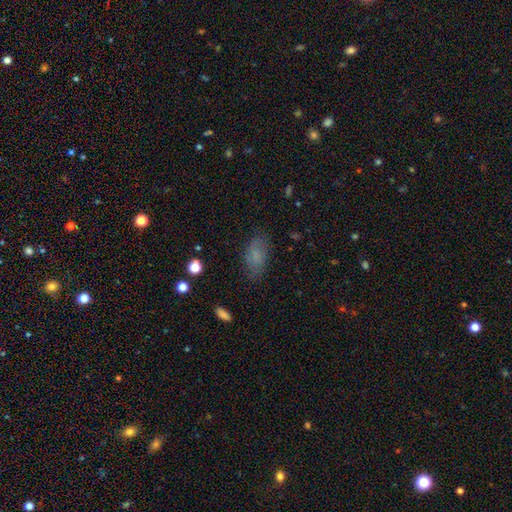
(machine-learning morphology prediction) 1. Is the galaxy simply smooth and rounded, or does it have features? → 73% smooth, 16% featured or disk, 11% star or artifact.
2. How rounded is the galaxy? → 90% in between, 5% round, 5% cigar-shaped.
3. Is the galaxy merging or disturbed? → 75% none, 17% minor disturbance, 6% major disturbance, 1% merger.